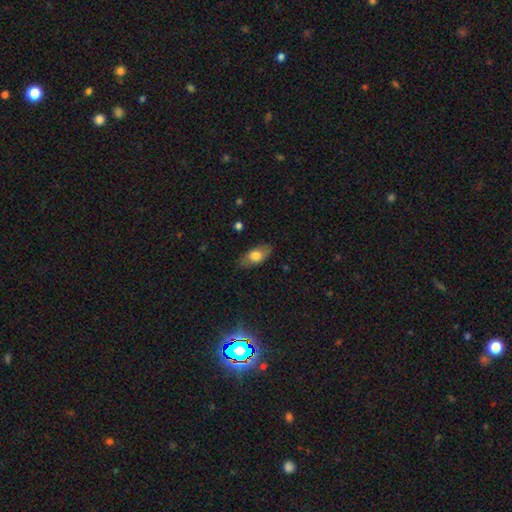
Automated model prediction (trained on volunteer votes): The model was most divided on "smooth or featured": smooth: 71%, featured or disk: 22%, star or artifact: 7%. More confident: how rounded — in between (88%); merging — none (82%).